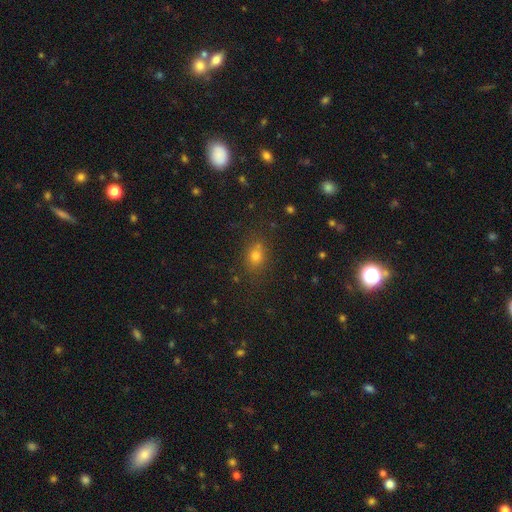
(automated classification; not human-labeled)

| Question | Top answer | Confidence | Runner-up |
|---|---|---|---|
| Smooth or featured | smooth | 72% | star or artifact (20%) |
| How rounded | in between | 51% | round (46%) |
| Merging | none | 74% | minor disturbance (14%) |